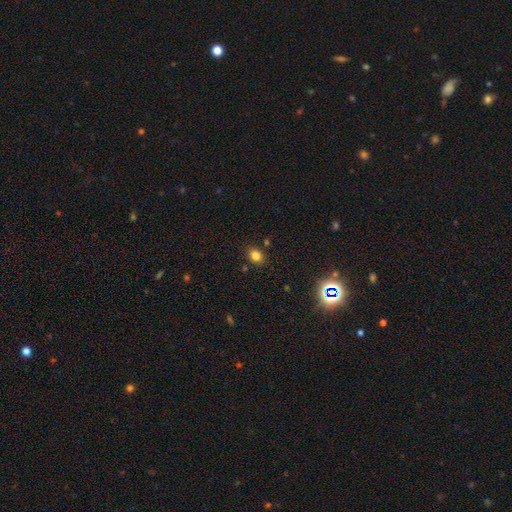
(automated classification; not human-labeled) Smooth or featured? Predicted: smooth (p=0.79). How rounded? Predicted: in between (p=0.52). Merging? Predicted: none (p=0.83).